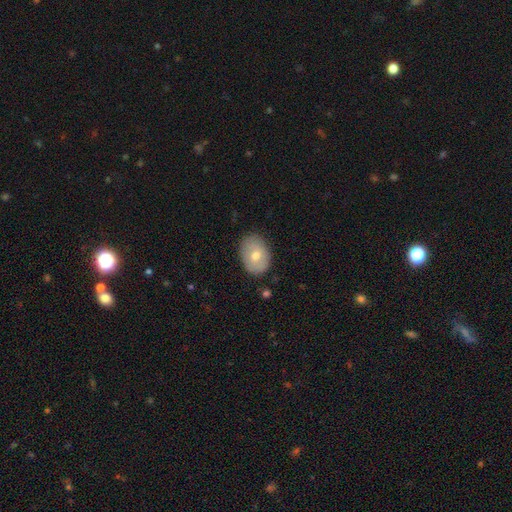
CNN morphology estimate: The model was most divided on "smooth or featured": smooth: 63%, featured or disk: 29%, star or artifact: 8%. More confident: merging — none (83%); how rounded — in between (76%).